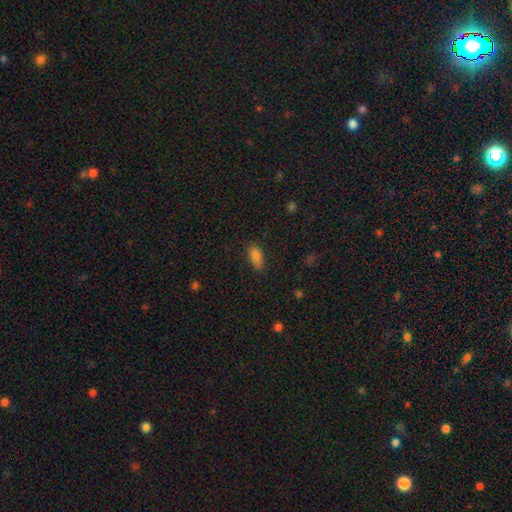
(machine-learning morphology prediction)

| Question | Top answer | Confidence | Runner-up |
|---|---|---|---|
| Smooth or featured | smooth | 85% | star or artifact (11%) |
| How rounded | in between | 88% | cigar-shaped (9%) |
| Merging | none | 77% | minor disturbance (17%) |